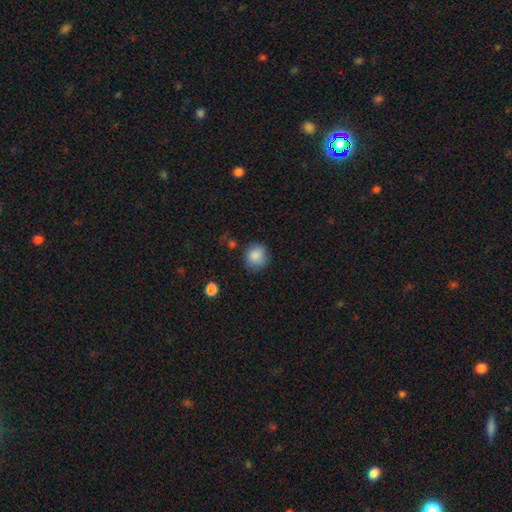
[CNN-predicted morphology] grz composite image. It shows a smooth galaxy with no disk features (87%) that is round (83%). Merging: none (78%).